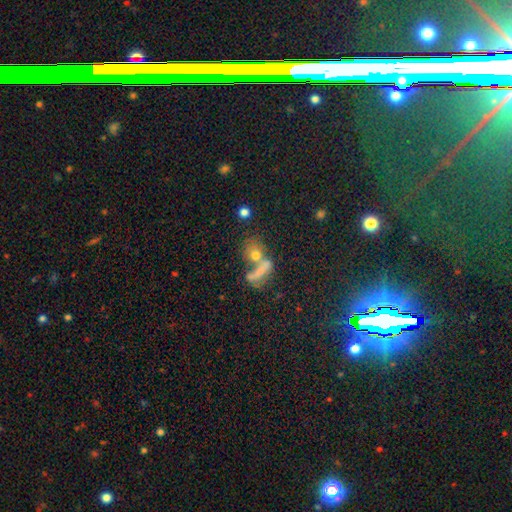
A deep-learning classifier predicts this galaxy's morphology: This is likely a smooth galaxy (61%). How rounded: possibly round (50%). Merging: marginally merger (45%).